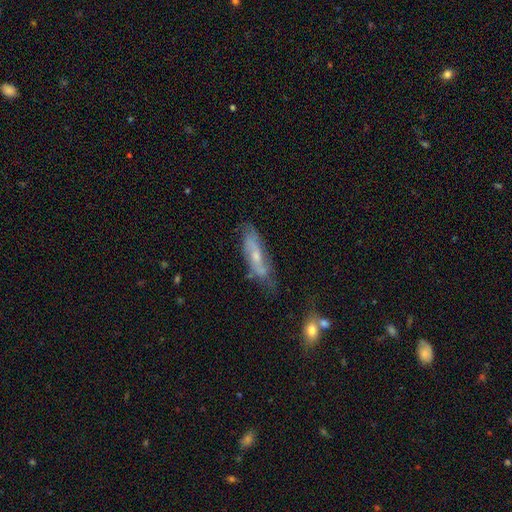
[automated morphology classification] A featured or disk galaxy (62%).

Vote fractions:
- Smooth or featured? featured or disk: 62% / smooth: 29% / star or artifact: 8%
- Edge-on disk? no: 68% / yes: 32%
- Merging? none: 63% / minor disturbance: 24% / major disturbance: 8% / merger: 5%